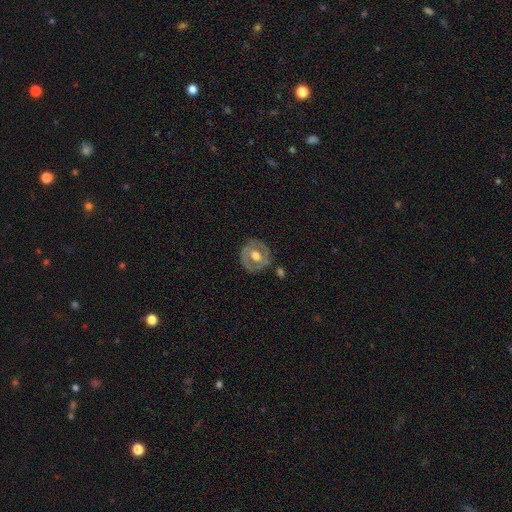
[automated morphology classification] type=featured or disk (57%); edge-on=no (95%); bar=no (59%); spiral arms=no (64%); bulge=moderate (65%); merging=none (75%).